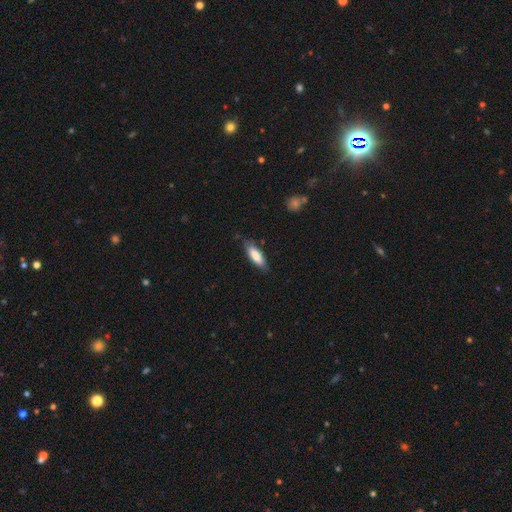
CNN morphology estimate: smooth-or-featured: smooth: 80% | featured or disk: 14% | star or artifact: 6%
  how-rounded: in between: 54% | cigar-shaped: 44% | round: 2%
  merging: none: 78% | minor disturbance: 18% | major disturbance: 3% | merger: 1%